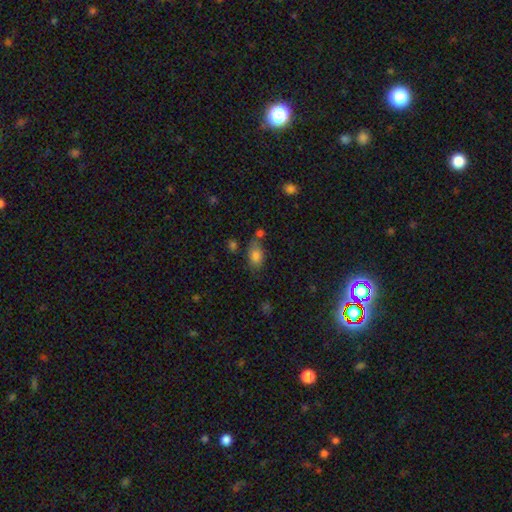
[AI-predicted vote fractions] smooth_or_featured: smooth (p=0.82) [alt: star or artifact p=0.10]
how_rounded: in between (p=0.86) [alt: round p=0.12]
merging: none (p=0.59) [alt: minor disturbance p=0.21]